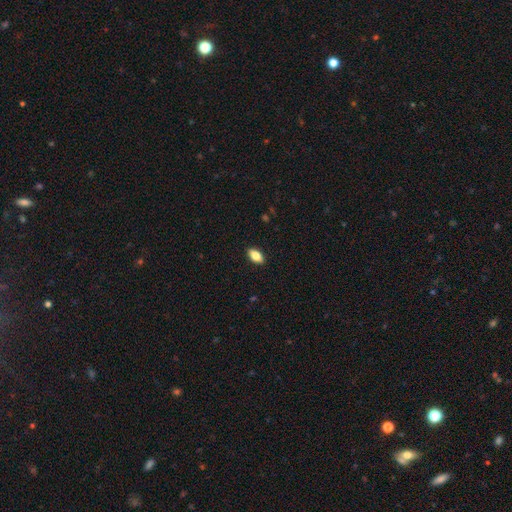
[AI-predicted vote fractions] Smooth or featured? Predicted: smooth (p=0.80). How rounded? Predicted: in between (p=0.90). Merging? Predicted: none (p=0.90).